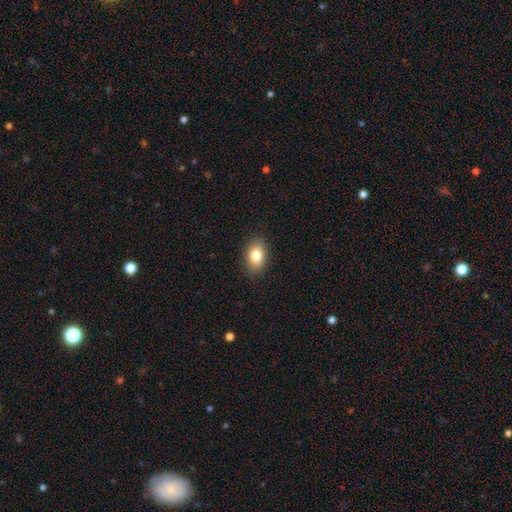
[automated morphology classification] This is clearly a smooth galaxy (82%). How rounded: clearly in between (84%). Merging: clearly none (88%).